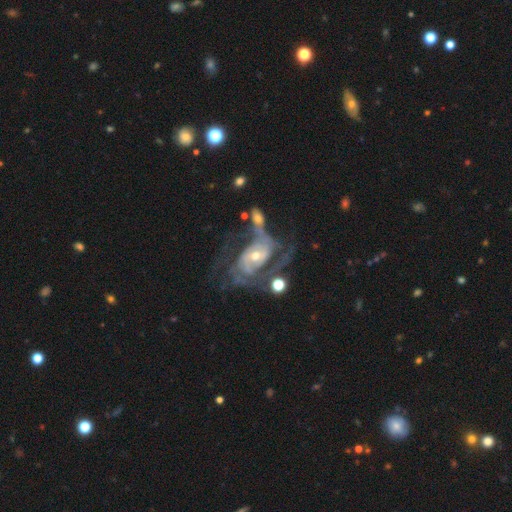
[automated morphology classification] This appears to be a featured or disk galaxy (87%) with no bar (57%), 2 (40%) medium (42%) spiral arms (93%) and a small central bulge (50%). Merging: none (37%).